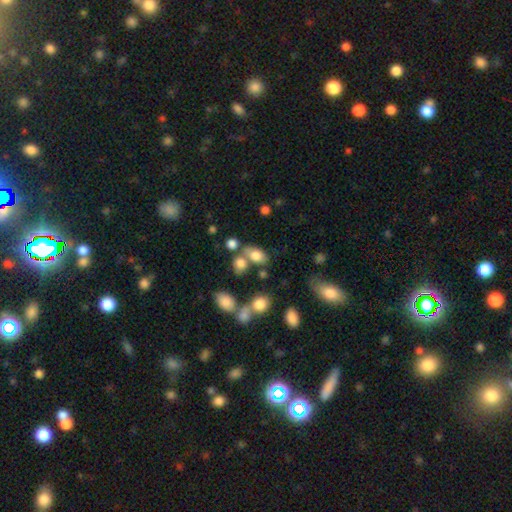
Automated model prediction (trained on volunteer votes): Q: Smooth or featured?
A: smooth (77%); runner-up: star or artifact (11%)
Q: How rounded?
A: in between (81%); runner-up: round (16%)
Q: Merging?
A: none (48%); runner-up: merger (32%)